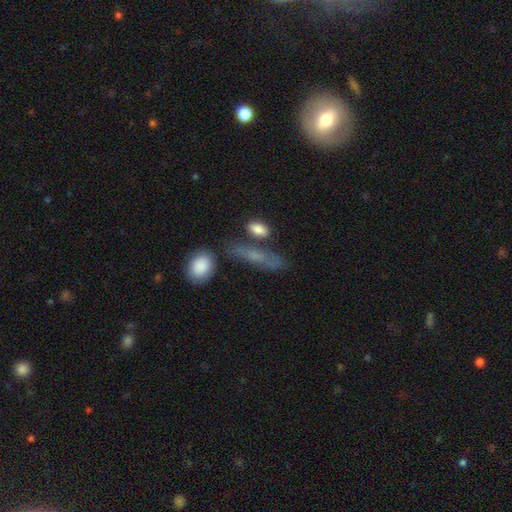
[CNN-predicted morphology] Smooth or featured? smooth (53%)
How rounded? cigar-shaped (62%)
Merging? none (63%)